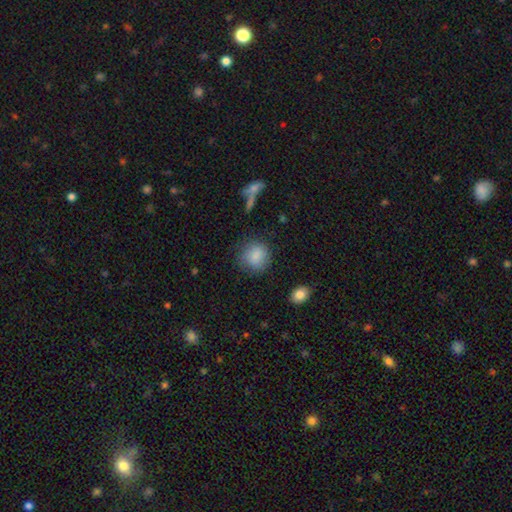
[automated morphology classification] Smooth or featured? Predicted: smooth (p=0.84). How rounded? Predicted: round (p=0.79). Merging? Predicted: none (p=0.76).